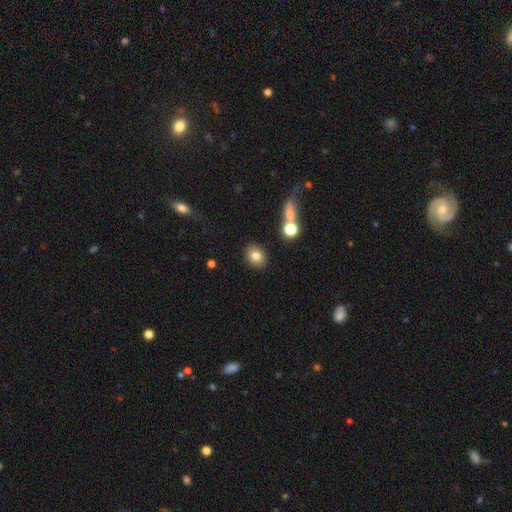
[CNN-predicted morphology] Smooth or featured?
  - smooth: 80% *
  - star or artifact: 10%
  - featured or disk: 9%
How rounded?
  - round: 51% *
  - in between: 47%
  - cigar-shaped: 1%
Merging?
  - none: 85% *
  - minor disturbance: 8%
  - merger: 4%
  - major disturbance: 3%